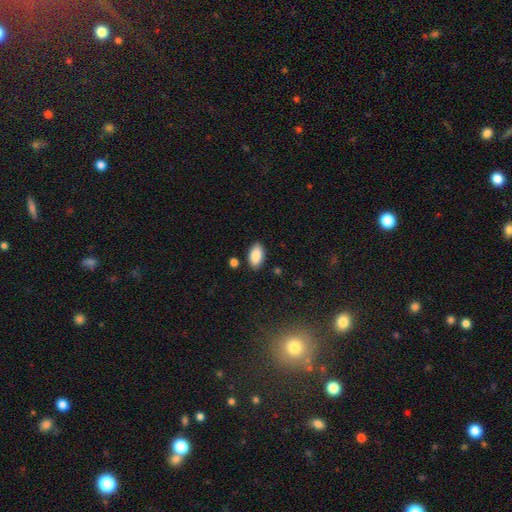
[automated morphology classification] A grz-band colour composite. It shows a smooth galaxy with no disk features (88%) that is in between round and cigar-shaped (94%). Merging: none (85%).